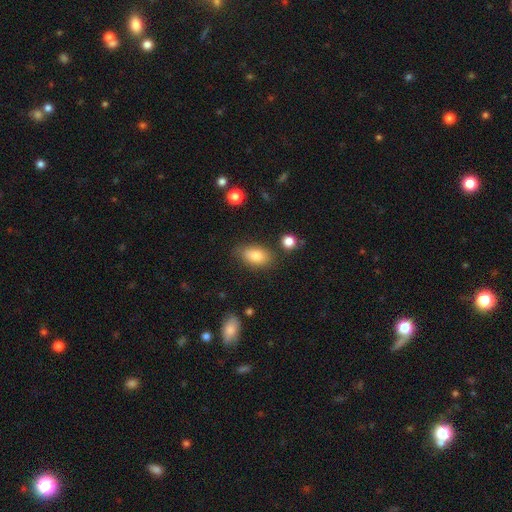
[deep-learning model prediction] Q: Smooth or featured?
A: smooth (81%); runner-up: featured or disk (11%)
Q: How rounded?
A: in between (89%); runner-up: round (8%)
Q: Merging?
A: none (77%); runner-up: minor disturbance (15%)